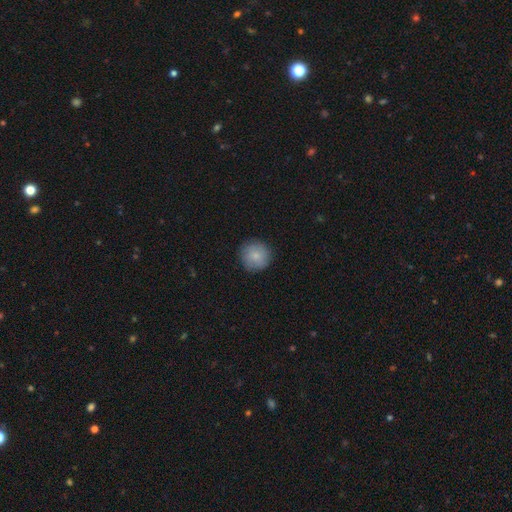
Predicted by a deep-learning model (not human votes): A smooth galaxy with no disk features (83%) that is round (95%).

Vote fractions:
- Smooth or featured? smooth: 83% / featured or disk: 9% / star or artifact: 8%
- How rounded? round: 95% / in between: 4% / cigar-shaped: 1%
- Merging? none: 88% / minor disturbance: 9% / major disturbance: 2% / merger: 1%